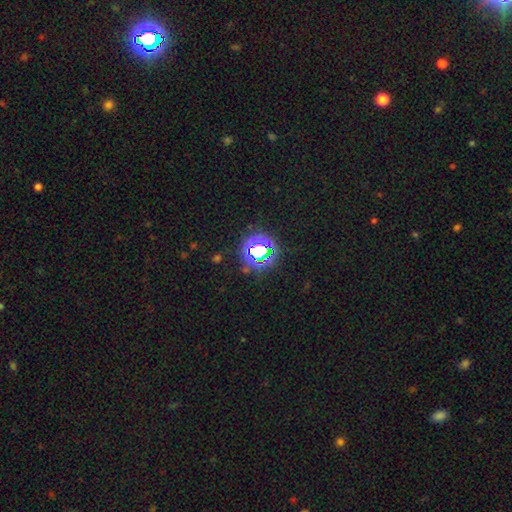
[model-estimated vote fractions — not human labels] A star or artifact, not a galaxy (74%).